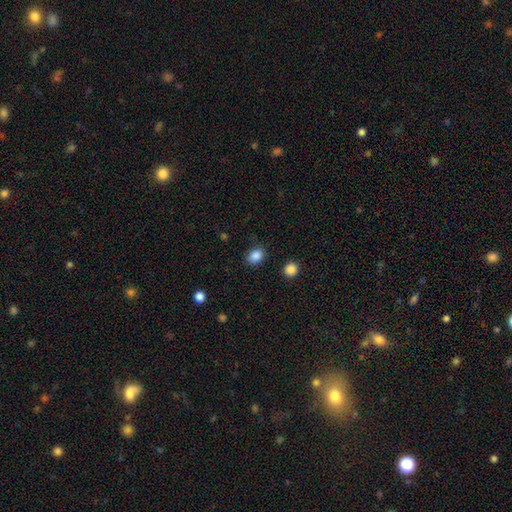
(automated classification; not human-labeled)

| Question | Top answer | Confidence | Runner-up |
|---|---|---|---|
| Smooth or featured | smooth | 87% | star or artifact (9%) |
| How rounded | in between | 60% | round (40%) |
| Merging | none | 85% | minor disturbance (10%) |